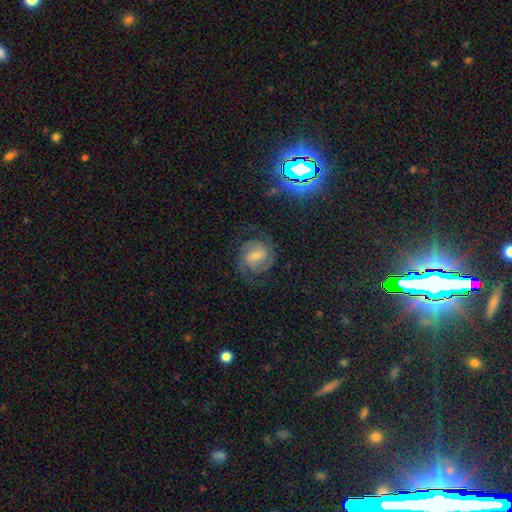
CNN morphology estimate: Smooth or featured?
  - featured or disk: 80% *
  - smooth: 12%
  - star or artifact: 8%
Edge-on disk?
  - no: 98% *
  - yes: 2%
Bar?
  - weak: 55% *
  - strong: 24%
  - no: 22%
Spiral arms?
  - yes: 96% *
  - no: 4%
Spiral winding?
  - tight: 50% *
  - medium: 41%
  - loose: 9%
Spiral arm count?
  - 2: 64% *
  - can't tell: 13%
  - 3: 12%
  - 1: 4%
  - 4: 3%
  - more than 4: 3%
Bulge size?
  - small: 50% *
  - moderate: 38%
  - none: 6%
  - large: 5%
  - dominant: 1%
Merging?
  - none: 73% *
  - minor disturbance: 14%
  - major disturbance: 11%
  - merger: 1%